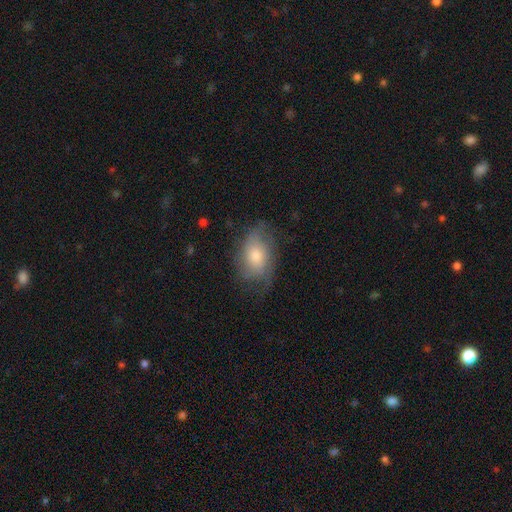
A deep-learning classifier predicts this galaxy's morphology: Smooth or featured? smooth (48%)
Merging? none (60%)